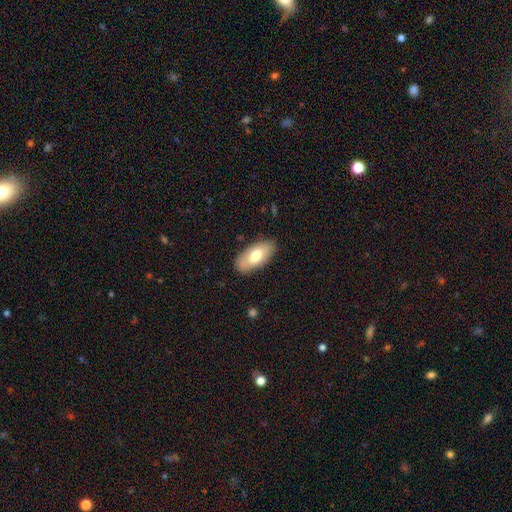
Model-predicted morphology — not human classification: The model was most divided on "smooth or featured": smooth: 71%, featured or disk: 23%, star or artifact: 6%. More confident: how rounded — in between (91%); merging — none (85%).